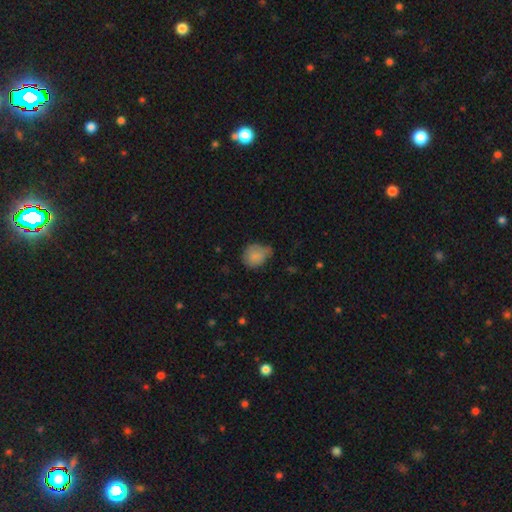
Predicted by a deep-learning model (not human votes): The model was most divided on "merging": minor disturbance: 44%, none: 40%, major disturbance: 13%, merger: 3%. More confident: smooth or featured — smooth (81%); how rounded — round (55%).